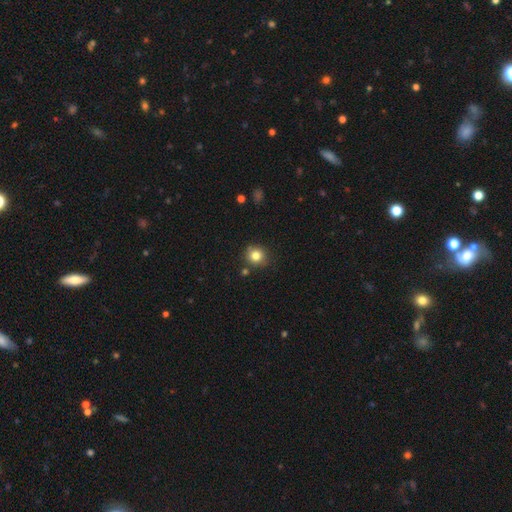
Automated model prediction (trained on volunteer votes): This is clearly a smooth galaxy (82%). How rounded: clearly round (89%). Merging: clearly none (84%).